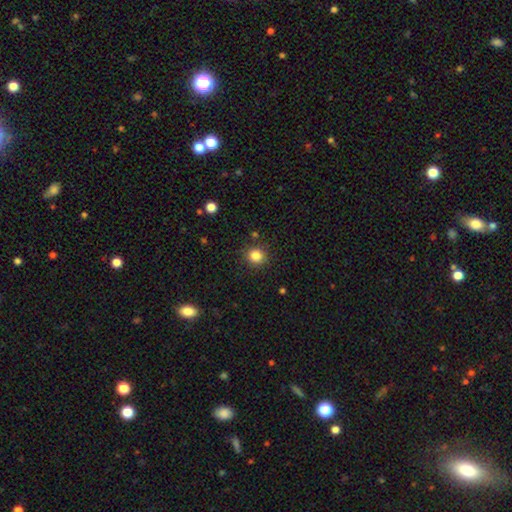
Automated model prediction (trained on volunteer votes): Q: Smooth or featured?
A: smooth (84%); runner-up: star or artifact (11%)
Q: How rounded?
A: round (89%); runner-up: in between (10%)
Q: Merging?
A: none (87%); runner-up: minor disturbance (8%)